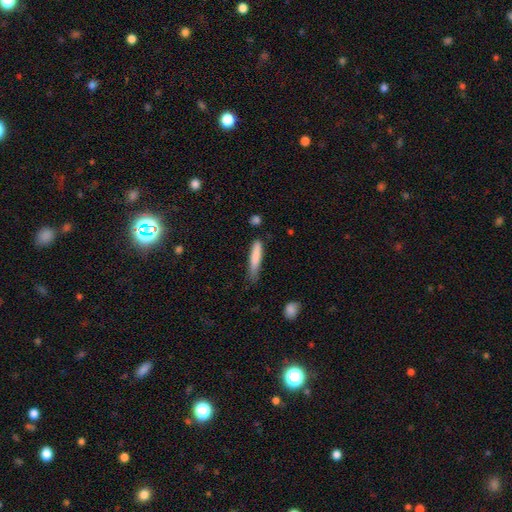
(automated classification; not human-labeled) Q: Smooth or featured?
A: smooth (81%); runner-up: featured or disk (13%)
Q: How rounded?
A: cigar-shaped (89%); runner-up: in between (9%)
Q: Merging?
A: none (59%); runner-up: minor disturbance (32%)